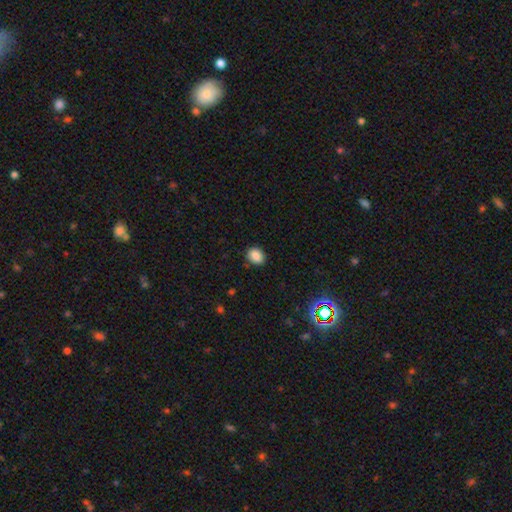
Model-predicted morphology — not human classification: Smooth or featured? Predicted: smooth (p=0.87). How rounded? Predicted: round (p=0.54). Merging? Predicted: none (p=0.85).